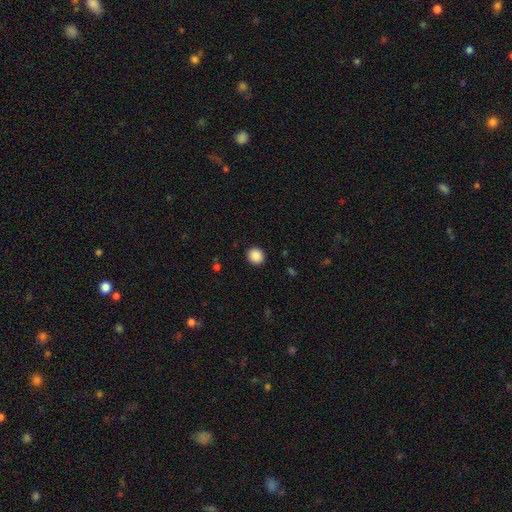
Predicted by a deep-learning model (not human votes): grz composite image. It shows a smooth galaxy with no disk features (88%) that is round (89%). Merging: none (92%).